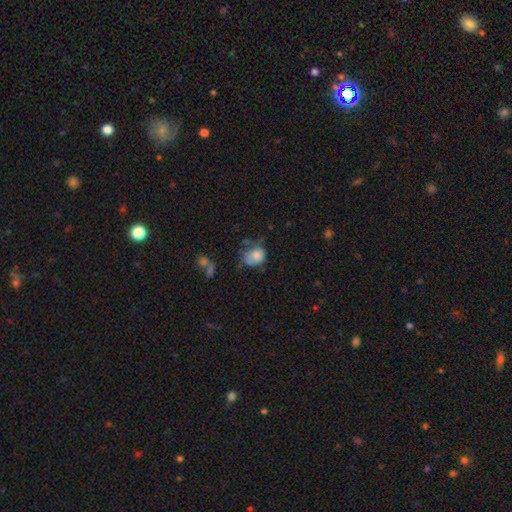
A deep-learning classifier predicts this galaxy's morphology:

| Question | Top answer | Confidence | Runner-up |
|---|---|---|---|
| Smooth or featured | smooth | 77% | featured or disk (14%) |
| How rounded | round | 52% | in between (47%) |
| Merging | none | 37% | minor disturbance (34%) |